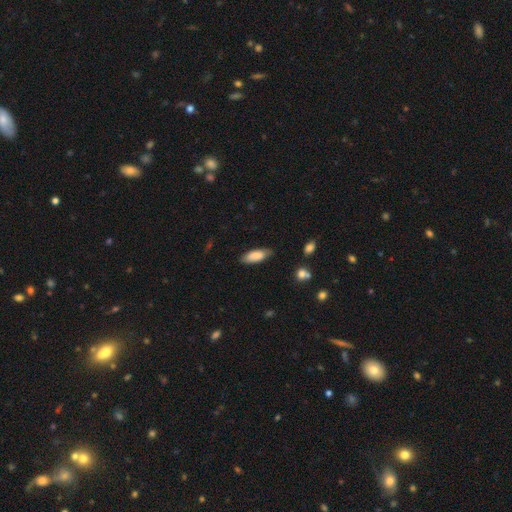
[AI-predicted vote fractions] Smooth or featured: smooth — 84% (featured or disk — 10%)
How rounded: in between — 74% (cigar-shaped — 24%)
Merging: none — 76% (minor disturbance — 19%)